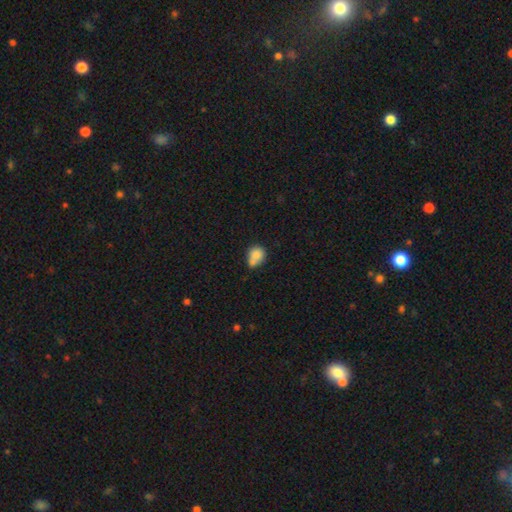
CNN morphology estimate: type=smooth (79%); roundness=round (71%); merging=merger (41%).